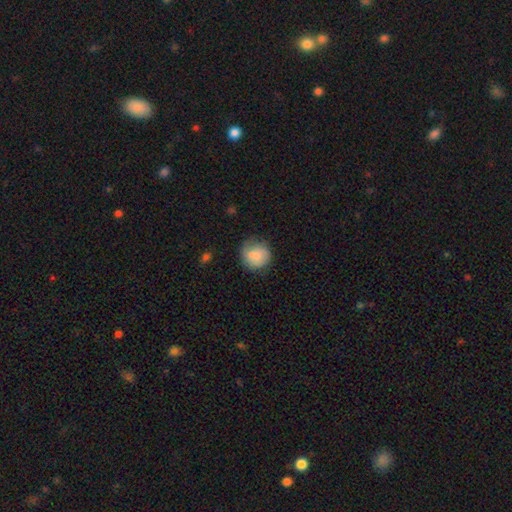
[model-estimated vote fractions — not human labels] smooth-or-featured: smooth: 79% | featured or disk: 13% | star or artifact: 7%
  how-rounded: round: 88% | in between: 11% | cigar-shaped: 1%
  merging: none: 64% | minor disturbance: 25% | major disturbance: 8% | merger: 4%